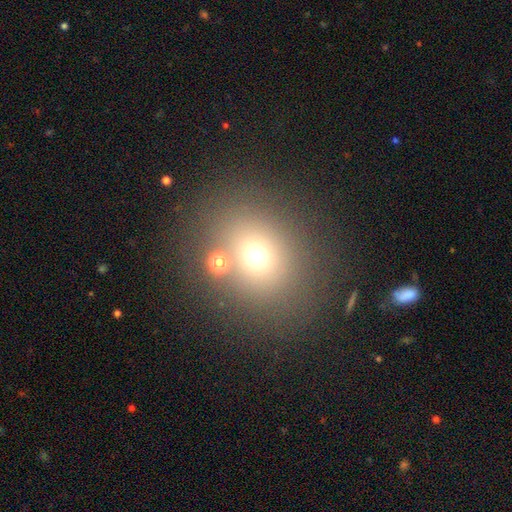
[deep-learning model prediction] smooth-or-featured: smooth: 66% | star or artifact: 21% | featured or disk: 12%
  how-rounded: round: 66% | in between: 33% | cigar-shaped: 1%
  merging: none: 75% | merger: 11% | minor disturbance: 9% | major disturbance: 5%